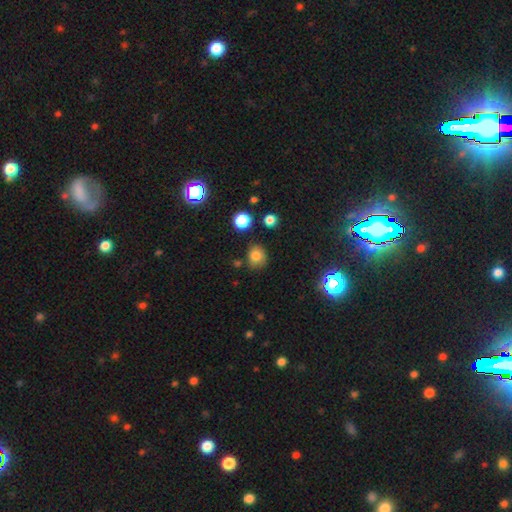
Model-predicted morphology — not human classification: Smooth or featured?
  - smooth: 79% *
  - star or artifact: 13%
  - featured or disk: 7%
How rounded?
  - round: 73% *
  - in between: 26%
  - cigar-shaped: 1%
Merging?
  - none: 77% *
  - minor disturbance: 15%
  - merger: 5%
  - major disturbance: 4%